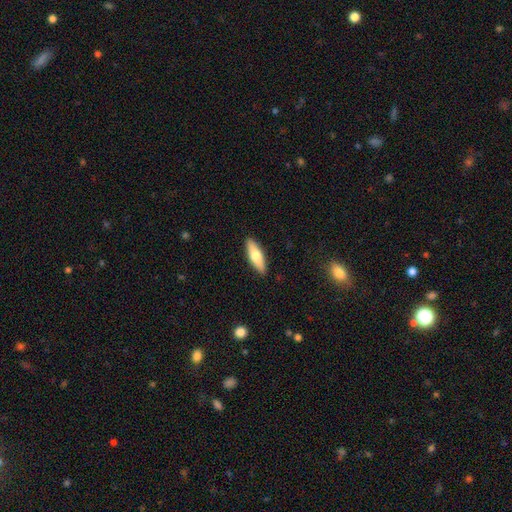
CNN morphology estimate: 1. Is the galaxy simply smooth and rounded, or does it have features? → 66% smooth, 28% featured or disk, 6% star or artifact.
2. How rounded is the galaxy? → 50% in between, 48% cigar-shaped, 2% round.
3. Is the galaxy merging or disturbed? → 90% none, 7% minor disturbance, 2% major disturbance, 1% merger.